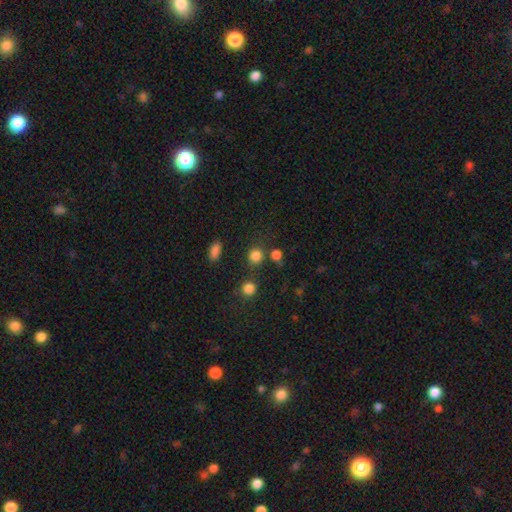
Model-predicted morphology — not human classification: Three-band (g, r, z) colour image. It shows a smooth galaxy with no disk features (81%) that is round (86%). Merging: none (74%).